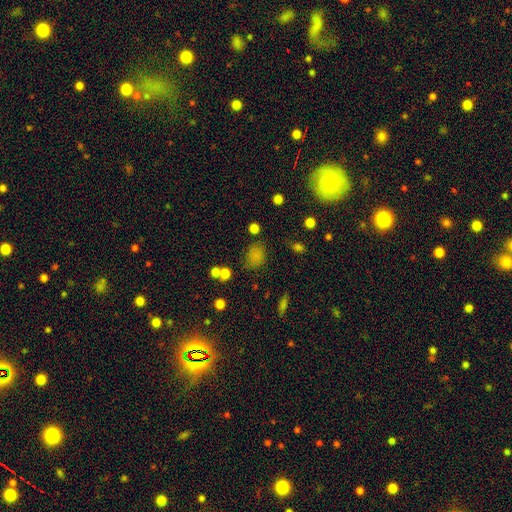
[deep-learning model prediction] Smooth or featured: smooth — 77% (star or artifact — 16%)
How rounded: in between — 55% (round — 43%)
Merging: none — 68% (minor disturbance — 19%)